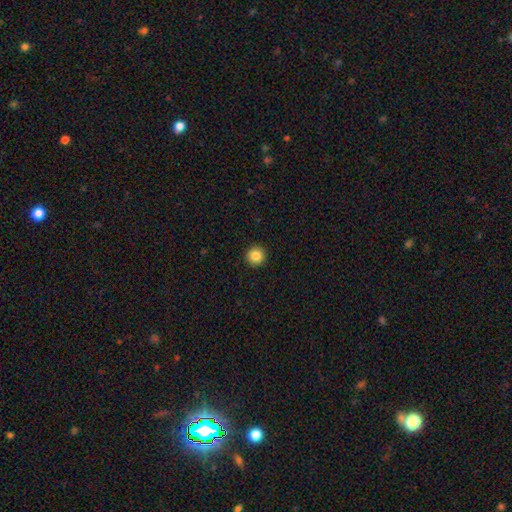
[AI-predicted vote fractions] This is clearly a smooth galaxy (85%). How rounded: clearly round (96%). Merging: clearly none (93%).